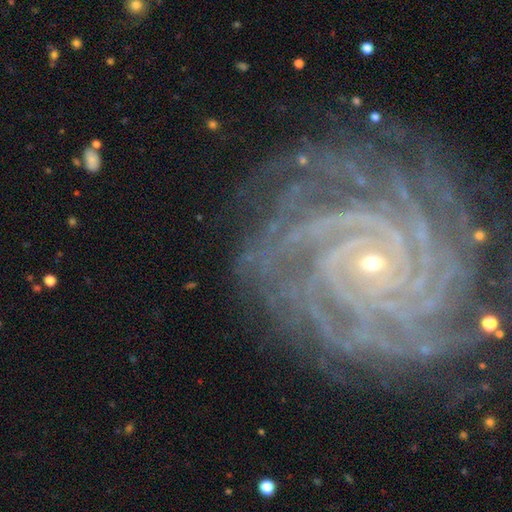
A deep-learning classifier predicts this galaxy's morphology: The model was most divided on "spiral arm count": can't tell: 21%, more than 4: 20%, 4: 18%, 3: 16%, 2: 15%, 1: 9%. Remaining: spiral arms — yes (97%); edge-on disk — no (97%); smooth or featured — featured or disk (86%); spiral winding — tight (80%); bulge size — small (75%); merging — none (72%); bar — no (48%).